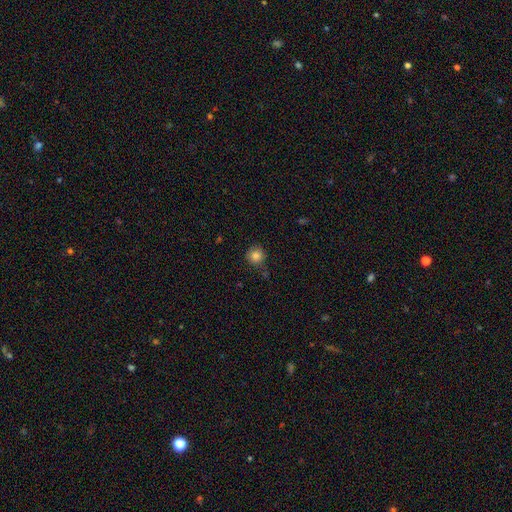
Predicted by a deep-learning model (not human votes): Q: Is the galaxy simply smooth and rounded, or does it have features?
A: smooth — 84%.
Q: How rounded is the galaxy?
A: round — 93%.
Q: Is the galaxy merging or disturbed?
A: none — 79%.